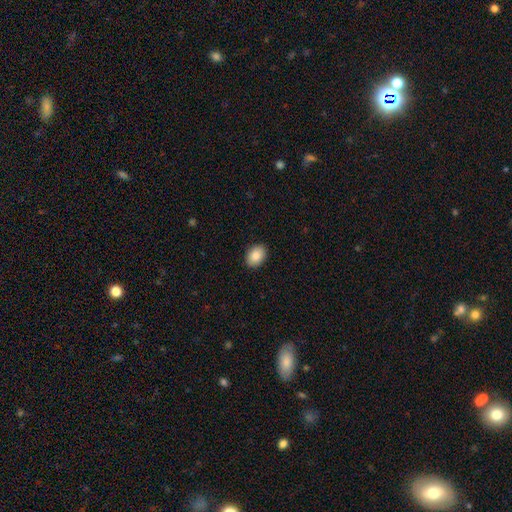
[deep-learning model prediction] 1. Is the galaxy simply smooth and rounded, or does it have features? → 85% smooth, 7% star or artifact, 7% featured or disk.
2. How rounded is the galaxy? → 75% in between, 24% round, 1% cigar-shaped.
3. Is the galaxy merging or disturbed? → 90% none, 7% minor disturbance, 2% major disturbance, 1% merger.